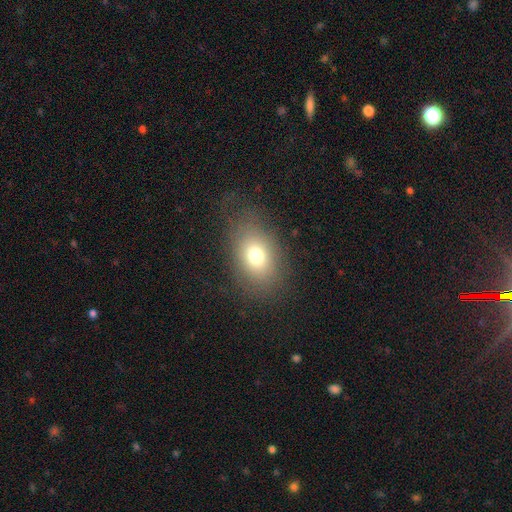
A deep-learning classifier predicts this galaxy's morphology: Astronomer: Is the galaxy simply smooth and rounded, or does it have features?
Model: smooth — 73%.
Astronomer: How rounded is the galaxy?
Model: in between — 71%.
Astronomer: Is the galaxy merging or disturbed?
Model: none — 75%.